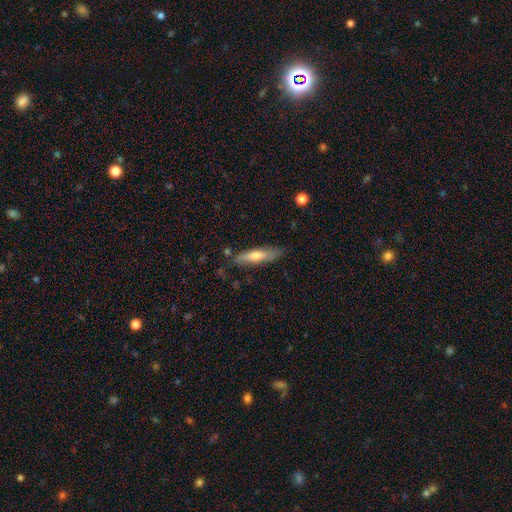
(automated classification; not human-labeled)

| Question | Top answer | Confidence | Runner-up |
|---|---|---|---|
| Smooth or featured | smooth | 53% | featured or disk (40%) |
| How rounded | cigar-shaped | 81% | in between (17%) |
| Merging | none | 78% | minor disturbance (17%) |